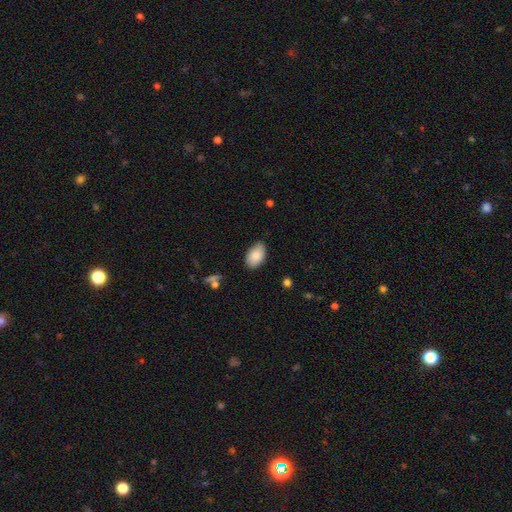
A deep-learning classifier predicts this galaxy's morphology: Smooth or featured? Predicted: smooth (p=0.86). How rounded? Predicted: in between (p=0.93). Merging? Predicted: none (p=0.80).